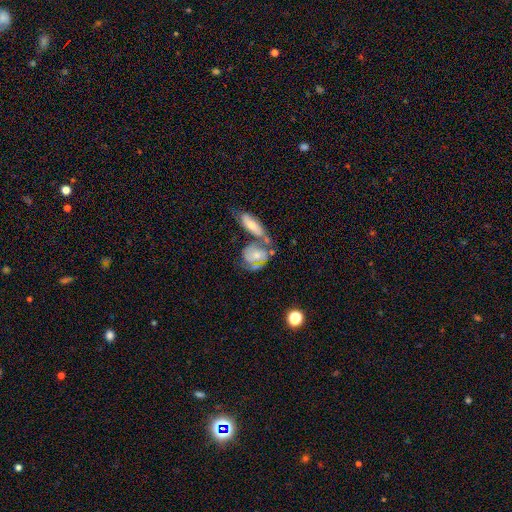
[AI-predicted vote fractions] The model was most divided on "smooth or featured": smooth: 48%, featured or disk: 45%, star or artifact: 7%. Remaining: merging — merger (43%).